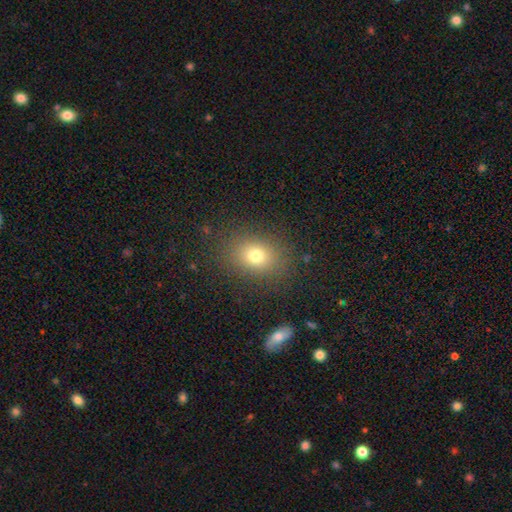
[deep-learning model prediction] Smooth or featured? smooth (76%)
How rounded? in between (56%)
Merging? none (84%)